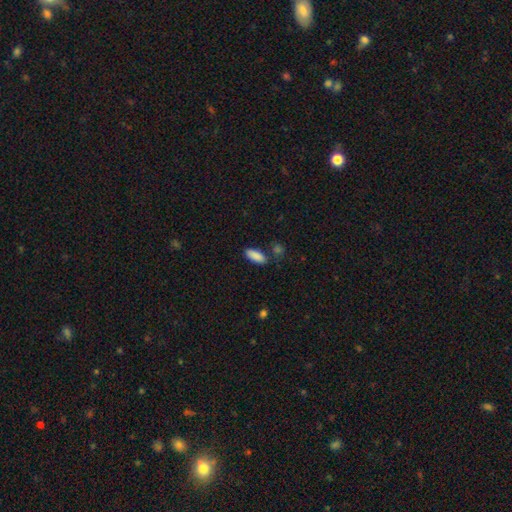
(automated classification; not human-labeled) Q: Smooth or featured?
A: smooth (89%); runner-up: star or artifact (7%)
Q: How rounded?
A: in between (76%); runner-up: cigar-shaped (22%)
Q: Merging?
A: none (78%); runner-up: minor disturbance (13%)